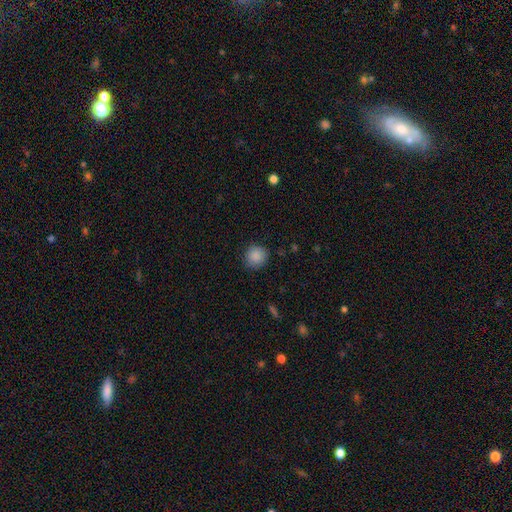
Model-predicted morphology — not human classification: Smooth or featured? smooth (88%)
How rounded? round (90%)
Merging? none (86%)